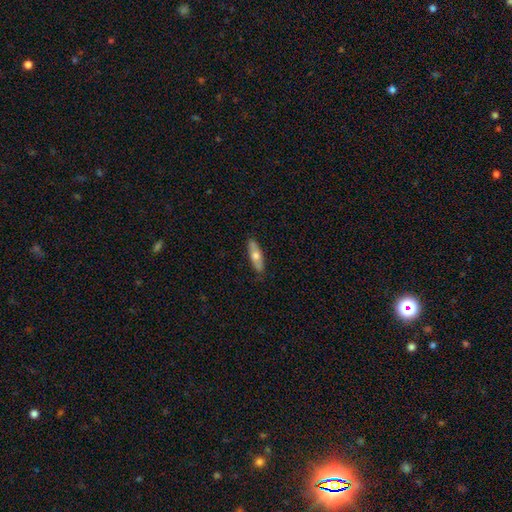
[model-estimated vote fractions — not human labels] smooth-or-featured: smooth: 59% | featured or disk: 36% | star or artifact: 6%
  how-rounded: cigar-shaped: 53% | in between: 45% | round: 2%
  merging: none: 86% | minor disturbance: 11% | major disturbance: 2% | merger: 1%